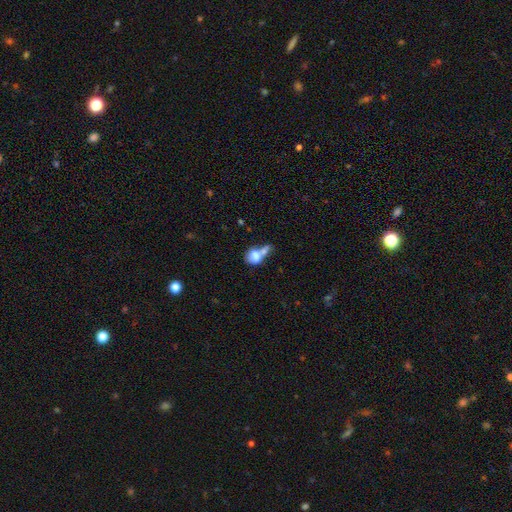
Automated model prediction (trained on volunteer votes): The model was most divided on "how rounded": in between: 55%, round: 43%, cigar-shaped: 2%. More confident: smooth or featured — smooth (71%); merging — merger (60%).